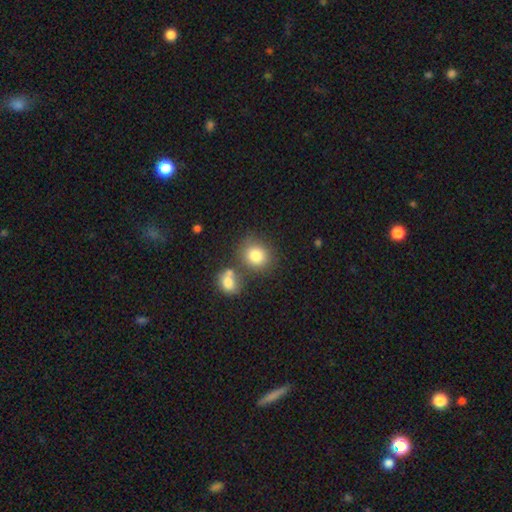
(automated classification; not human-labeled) A smooth galaxy with no disk features (82%) that is round (71%).

Vote fractions:
- Smooth or featured? smooth: 82% / star or artifact: 10% / featured or disk: 9%
- How rounded? round: 71% / in between: 28% / cigar-shaped: 1%
- Merging? none: 65% / merger: 21% / minor disturbance: 11% / major disturbance: 4%